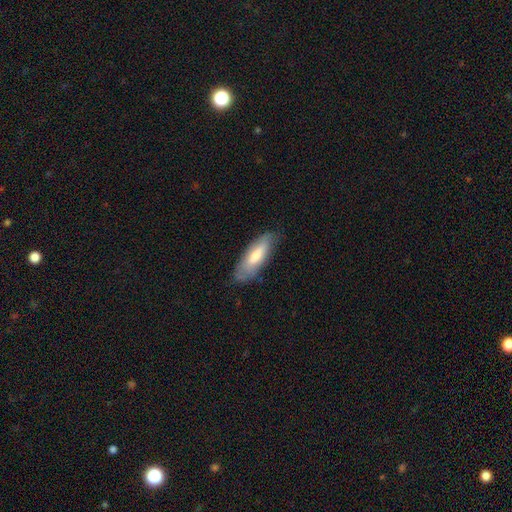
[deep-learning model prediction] Overall: smooth (64%; featured or disk 29%). How rounded: in between (53%; cigar-shaped 45%). Merging: none (76%).